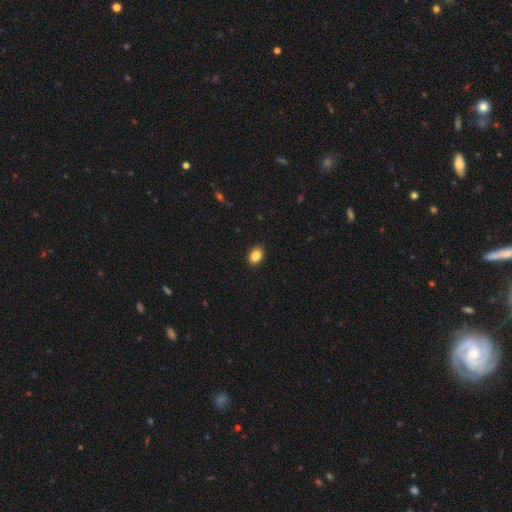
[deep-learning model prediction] Smooth or featured? smooth (86%)
How rounded? in between (85%)
Merging? none (90%)